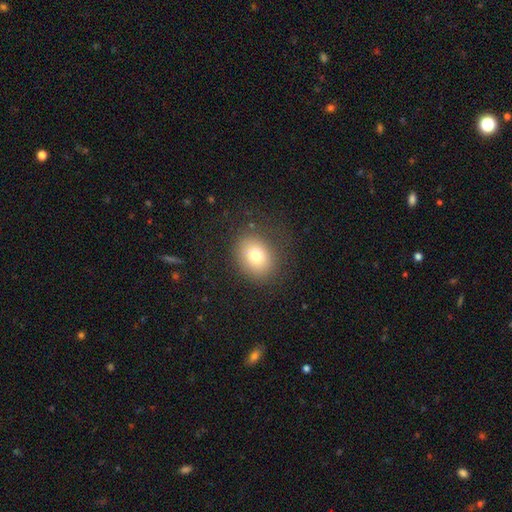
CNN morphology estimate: smooth 77%, featured or disk 12%, star or artifact 11%. Down the decision tree: how rounded — in between (51%); merging — none (80%).